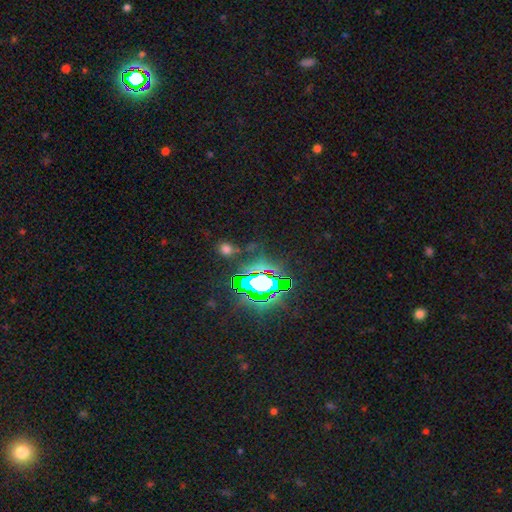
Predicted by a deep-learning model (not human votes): Q: Smooth or featured?
A: star or artifact (83%); runner-up: smooth (10%)